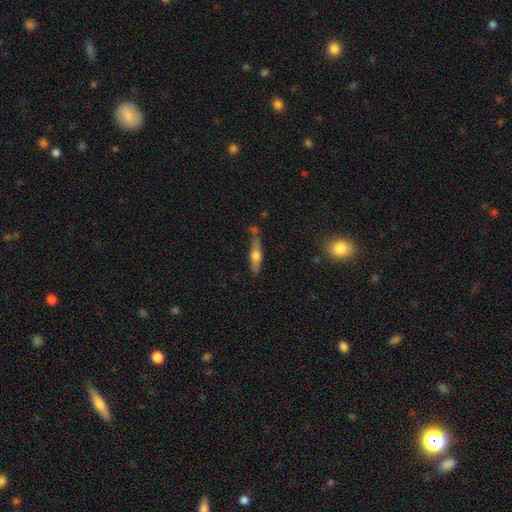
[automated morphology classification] This appears to be a featured or disk galaxy (51%) viewed edge-on (91%). Merging: none (67%).